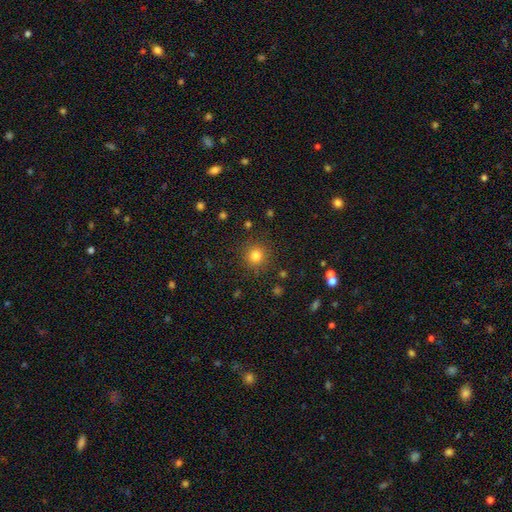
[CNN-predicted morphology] type=smooth (81%); roundness=round (93%); merging=none (89%).